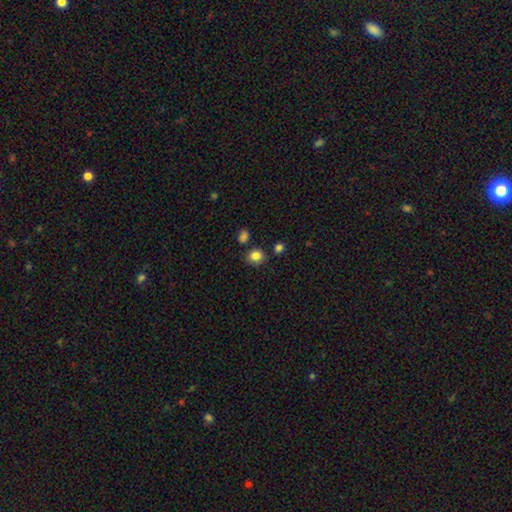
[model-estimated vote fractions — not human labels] smooth 84%, star or artifact 11%, featured or disk 5%. Down the decision tree: how rounded — round (73%); merging — none (82%).